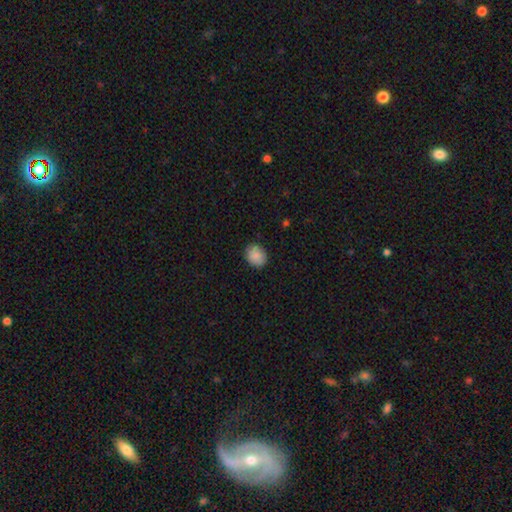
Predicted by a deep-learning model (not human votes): This is clearly a smooth galaxy (85%). How rounded: likely round (60%). Merging: clearly none (86%).